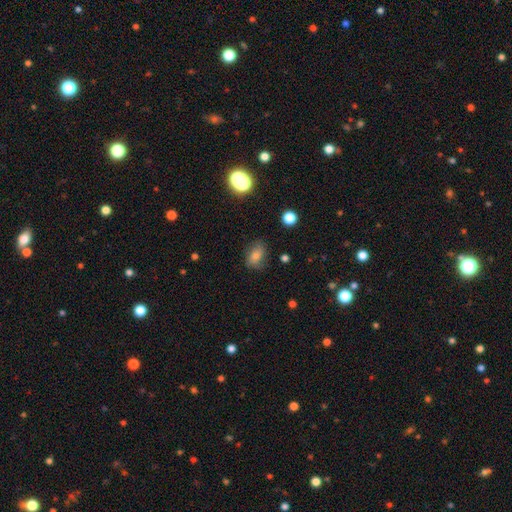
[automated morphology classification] Smooth or featured: smooth — 66% (featured or disk — 18%)
How rounded: in between — 77% (round — 21%)
Merging: none — 74% (minor disturbance — 19%)